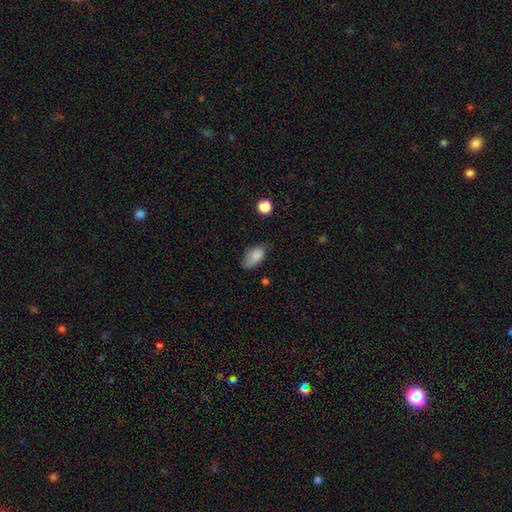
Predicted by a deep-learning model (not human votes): The model was most divided on "merging": none: 58%, minor disturbance: 32%, major disturbance: 8%, merger: 2%. More confident: how rounded — in between (92%); smooth or featured — smooth (84%).